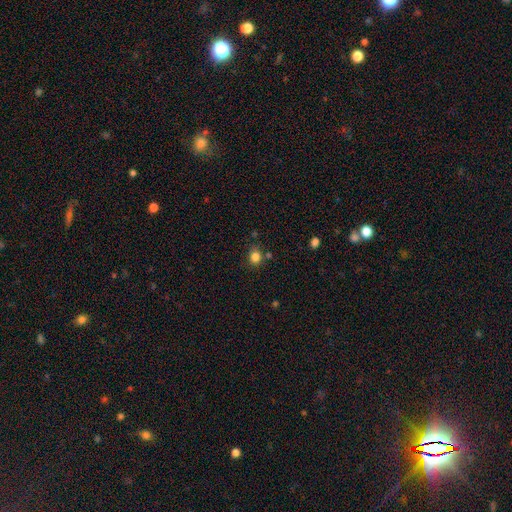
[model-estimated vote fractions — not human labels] Smooth or featured? Predicted: smooth (p=0.83). How rounded? Predicted: round (p=0.68). Merging? Predicted: none (p=0.74).